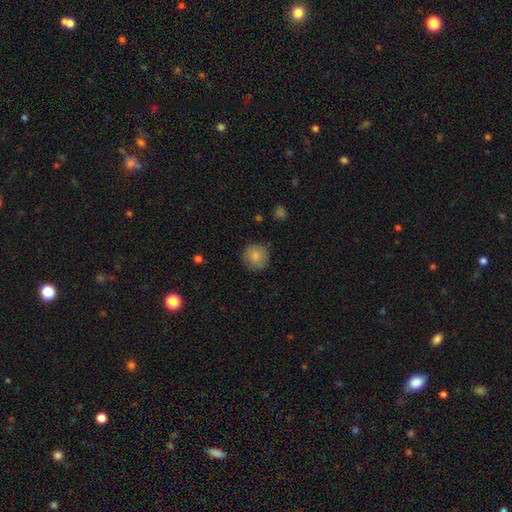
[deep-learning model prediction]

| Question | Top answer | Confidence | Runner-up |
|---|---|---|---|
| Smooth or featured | smooth | 83% | featured or disk (9%) |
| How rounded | round | 92% | in between (7%) |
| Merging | none | 84% | minor disturbance (12%) |